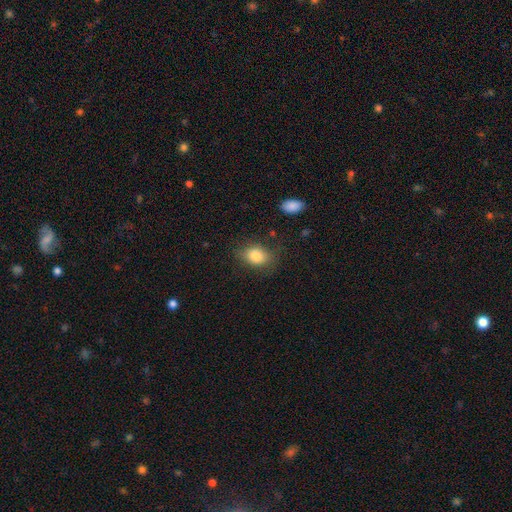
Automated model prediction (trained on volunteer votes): Smooth or featured? Predicted: smooth (p=0.83). How rounded? Predicted: in between (p=0.73). Merging? Predicted: none (p=0.74).